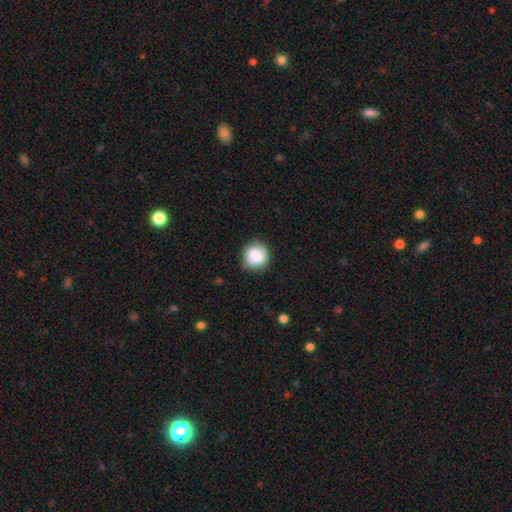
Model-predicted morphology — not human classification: Smooth or featured: smooth — 77% (featured or disk — 15%)
How rounded: round — 86% (in between — 13%)
Merging: none — 80% (minor disturbance — 15%)